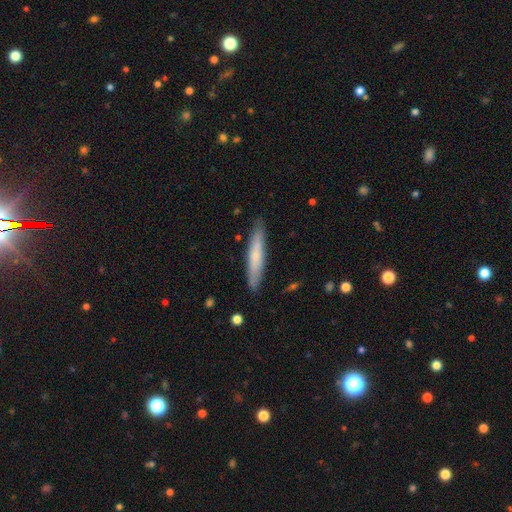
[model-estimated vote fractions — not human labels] A smooth galaxy with no disk features (65%) that is cigar-shaped (91%).

Vote fractions:
- Smooth or featured? smooth: 65% / featured or disk: 29% / star or artifact: 6%
- How rounded? cigar-shaped: 91% / in between: 8% / round: 1%
- Merging? none: 87% / minor disturbance: 10% / major disturbance: 2% / merger: 1%